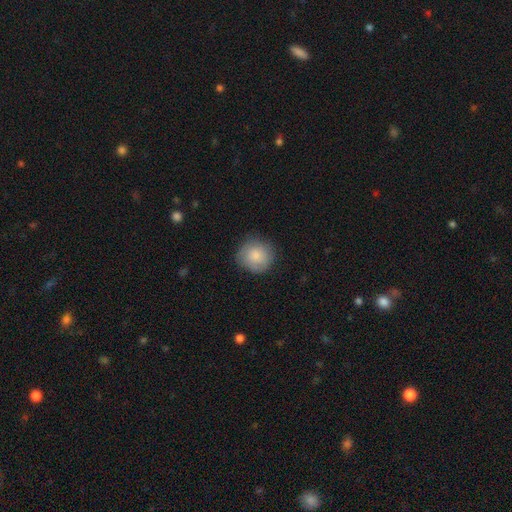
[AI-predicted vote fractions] Smooth or featured? Predicted: smooth (p=0.83). How rounded? Predicted: round (p=0.91). Merging? Predicted: none (p=0.80).